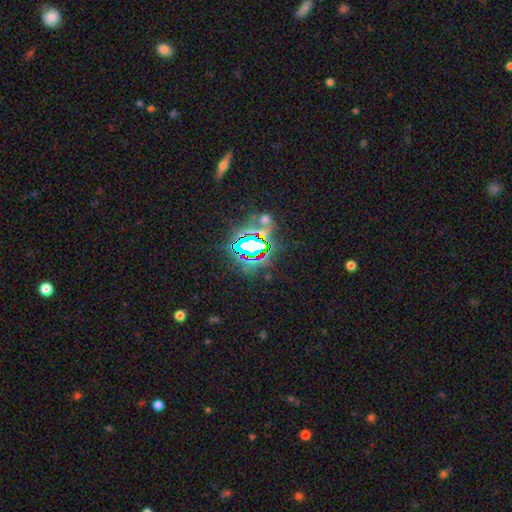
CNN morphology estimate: Overall: star or artifact (80%).